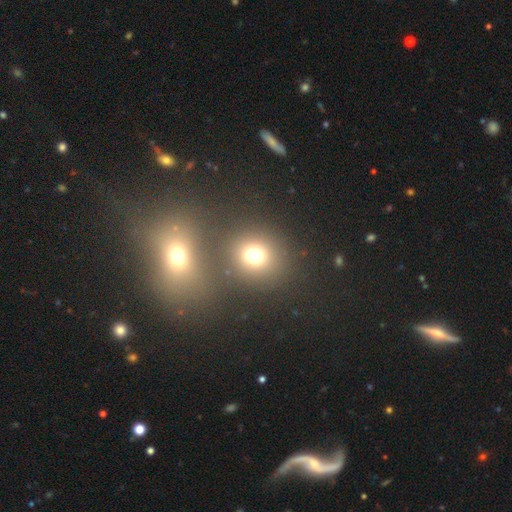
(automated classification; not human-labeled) smooth-or-featured: smooth: 66% | star or artifact: 21% | featured or disk: 13%
  how-rounded: round: 76% | in between: 23% | cigar-shaped: 1%
  merging: none: 50% | merger: 36% | minor disturbance: 9% | major disturbance: 5%